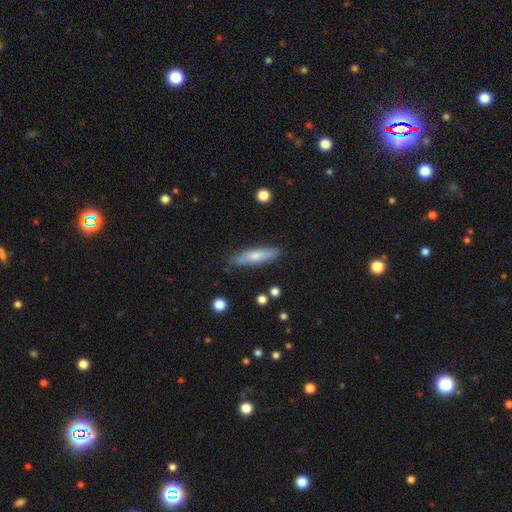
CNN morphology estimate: Smooth or featured?
  - smooth: 61% *
  - featured or disk: 33%
  - star or artifact: 7%
How rounded?
  - cigar-shaped: 71% *
  - in between: 27%
  - round: 2%
Merging?
  - none: 85% *
  - minor disturbance: 12%
  - major disturbance: 2%
  - merger: 2%